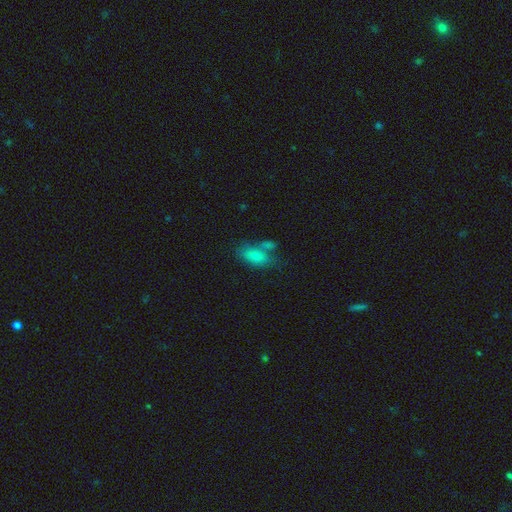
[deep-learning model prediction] smooth 73%, featured or disk 16%, star or artifact 11%. Down the decision tree: how rounded — in between (82%); merging — none (49%).